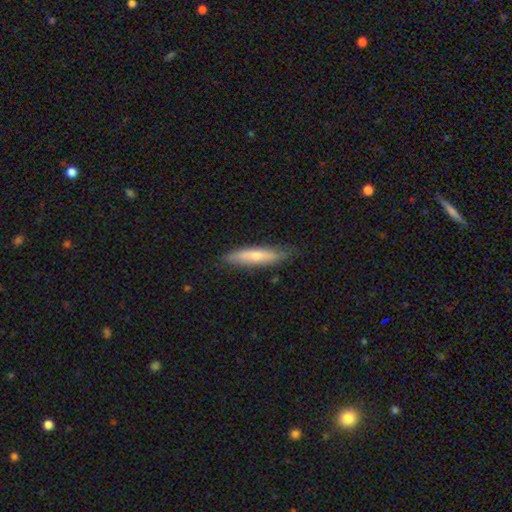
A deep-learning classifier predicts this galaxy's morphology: The model was most divided on "smooth or featured": smooth: 62%, featured or disk: 33%, star or artifact: 6%. More confident: how rounded — cigar-shaped (81%); merging — none (80%).